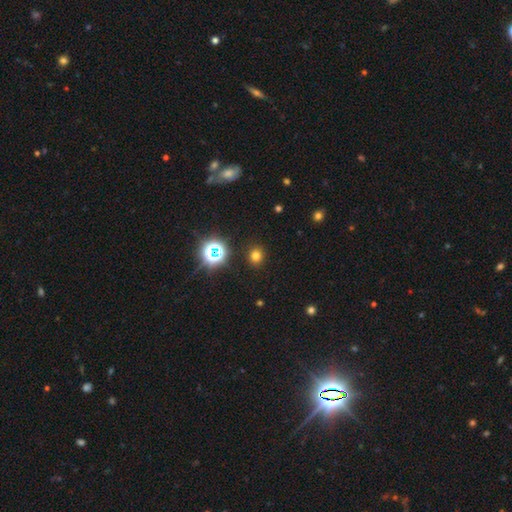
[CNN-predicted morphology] Smooth or featured?
  - smooth: 71% *
  - star or artifact: 23%
  - featured or disk: 6%
How rounded?
  - round: 82% *
  - in between: 17%
  - cigar-shaped: 1%
Merging?
  - none: 90% *
  - minor disturbance: 6%
  - major disturbance: 2%
  - merger: 2%